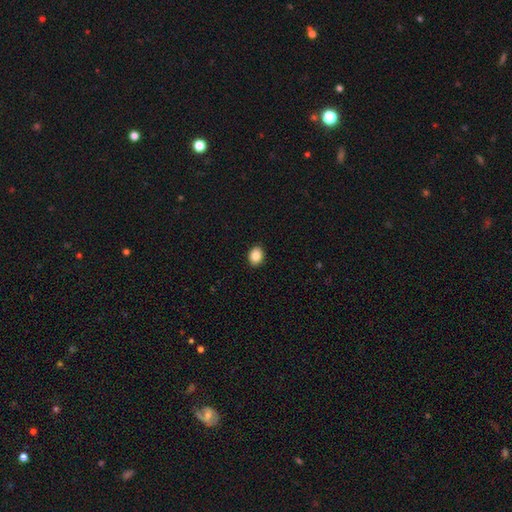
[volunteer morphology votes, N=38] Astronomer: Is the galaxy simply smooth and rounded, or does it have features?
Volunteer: smooth — 89%.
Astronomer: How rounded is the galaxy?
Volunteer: round — 50%, tied with in between at 50%.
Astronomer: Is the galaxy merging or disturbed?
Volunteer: none — 94%.